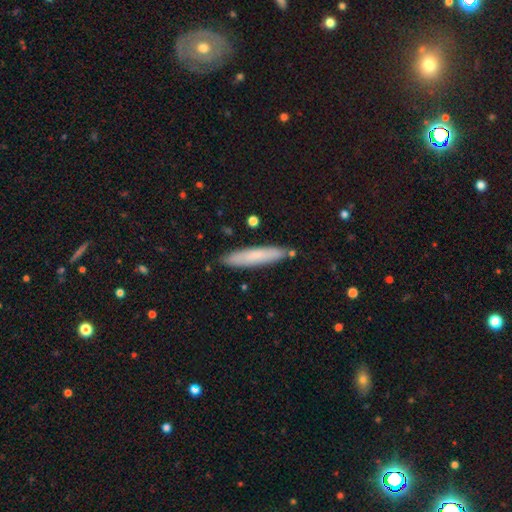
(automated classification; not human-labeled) Smooth or featured? Predicted: smooth (p=0.71). How rounded? Predicted: cigar-shaped (p=0.88). Merging? Predicted: none (p=0.87).